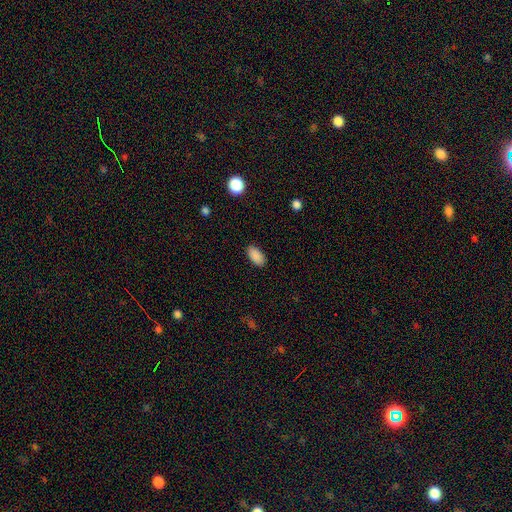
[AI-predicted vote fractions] Smooth or featured: smooth — 89% (star or artifact — 8%)
How rounded: in between — 94% (round — 4%)
Merging: none — 88% (minor disturbance — 9%)